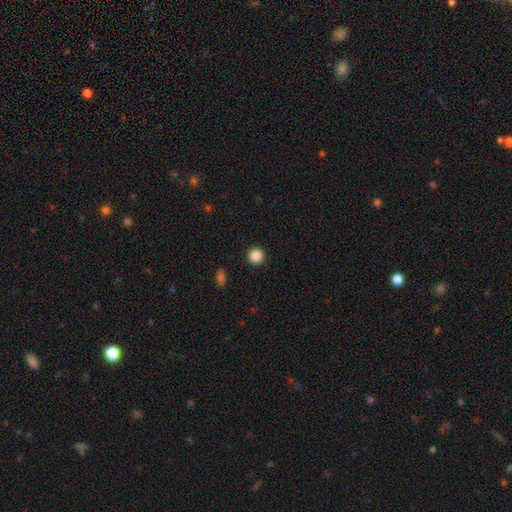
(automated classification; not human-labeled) smooth-or-featured: smooth: 87% | star or artifact: 10% | featured or disk: 3%
  how-rounded: round: 95% | in between: 4% | cigar-shaped: 1%
  merging: none: 93% | minor disturbance: 4% | major disturbance: 2% | merger: 1%